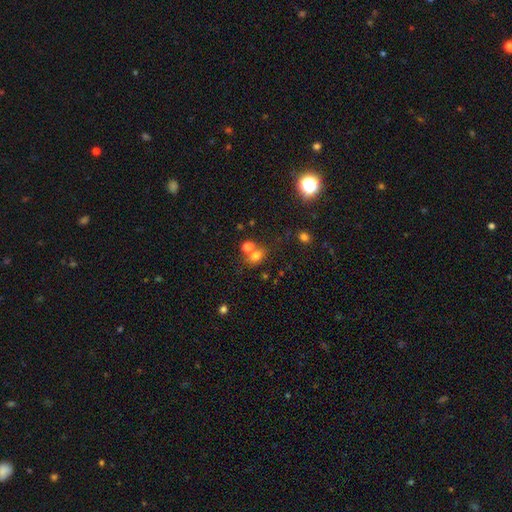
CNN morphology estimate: This appears to be a smooth galaxy with no disk features (72%) that is in between round and cigar-shaped (53%). Merging: none (50%).